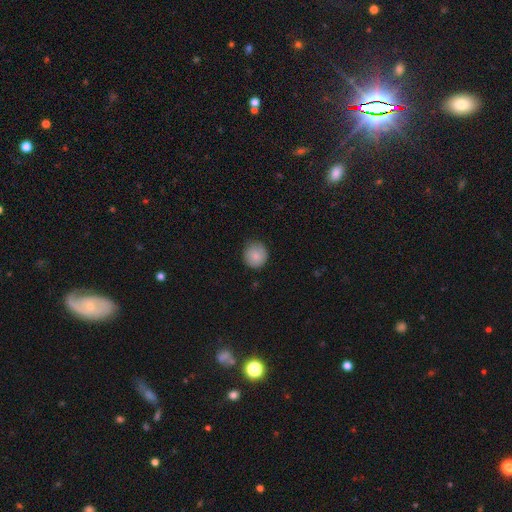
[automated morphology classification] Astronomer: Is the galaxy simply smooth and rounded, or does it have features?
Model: smooth — 86%.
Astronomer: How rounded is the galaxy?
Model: round — 92%.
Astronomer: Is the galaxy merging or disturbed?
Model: none — 83%.